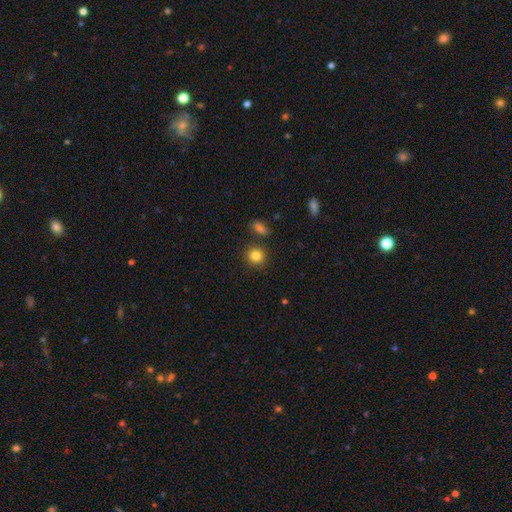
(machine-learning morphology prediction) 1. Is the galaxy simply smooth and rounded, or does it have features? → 84% smooth, 11% star or artifact, 6% featured or disk.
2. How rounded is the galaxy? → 88% round, 11% in between, 1% cigar-shaped.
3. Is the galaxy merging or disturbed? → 84% none, 8% minor disturbance, 5% merger, 3% major disturbance.